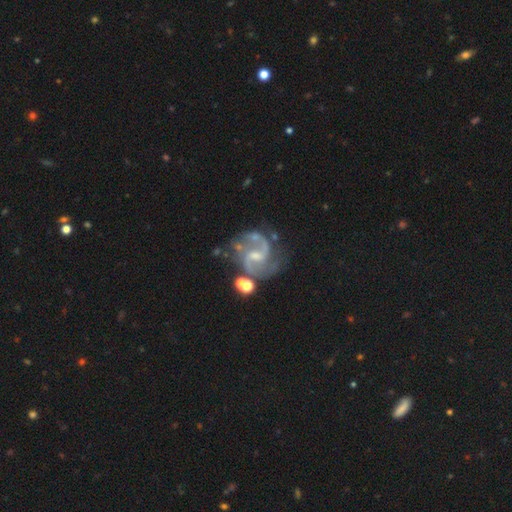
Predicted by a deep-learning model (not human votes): Overall: featured or disk (90%). Edge-on disk: no (98%). Bar: weak (60%; no 22%). Spiral arms: yes (98%). Spiral arm count: 2 (92%). Spiral winding: medium (59%; loose 29%). Bulge size: small (50%; moderate 30%). Merging: none (65%).